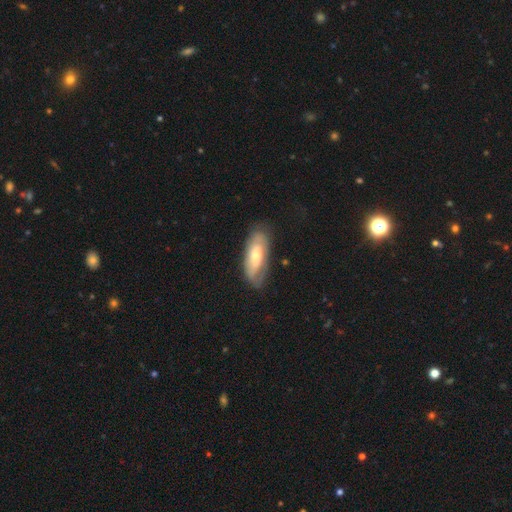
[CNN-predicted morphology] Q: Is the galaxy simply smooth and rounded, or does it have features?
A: smooth — 53%.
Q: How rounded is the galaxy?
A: in between — 74%.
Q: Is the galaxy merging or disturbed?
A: none — 66%.